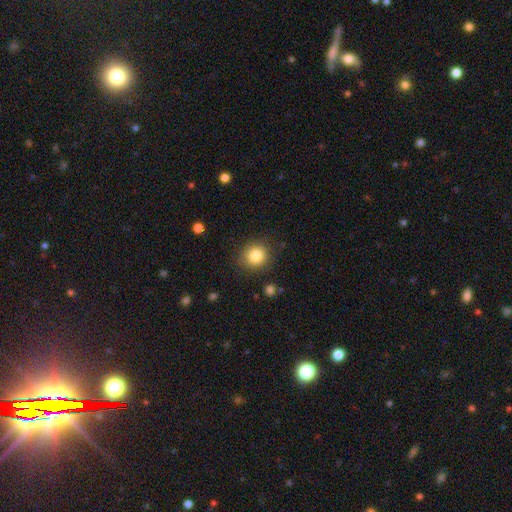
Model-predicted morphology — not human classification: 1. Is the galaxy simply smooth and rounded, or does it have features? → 84% smooth, 10% star or artifact, 6% featured or disk.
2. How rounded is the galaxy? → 86% round, 13% in between, 1% cigar-shaped.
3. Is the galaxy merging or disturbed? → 87% none, 9% minor disturbance, 3% major disturbance, 2% merger.